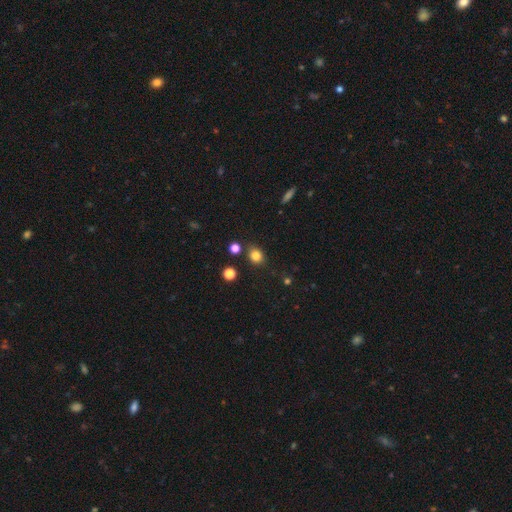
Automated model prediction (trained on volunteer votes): A smooth galaxy with no disk features (81%) that is round (68%).

Vote fractions:
- Smooth or featured? smooth: 81% / star or artifact: 13% / featured or disk: 6%
- How rounded? round: 68% / in between: 31% / cigar-shaped: 1%
- Merging? none: 81% / minor disturbance: 12% / merger: 5% / major disturbance: 3%